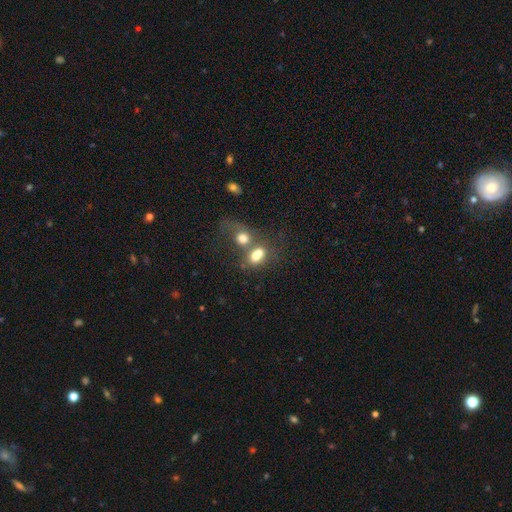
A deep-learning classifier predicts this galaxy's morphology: A smooth galaxy with no disk features (75%) that is in between round and cigar-shaped (75%).

Vote fractions:
- Smooth or featured? smooth: 75% / featured or disk: 14% / star or artifact: 11%
- How rounded? in between: 75% / round: 21% / cigar-shaped: 3%
- Merging? merger: 61% / none: 21% / major disturbance: 10% / minor disturbance: 8%